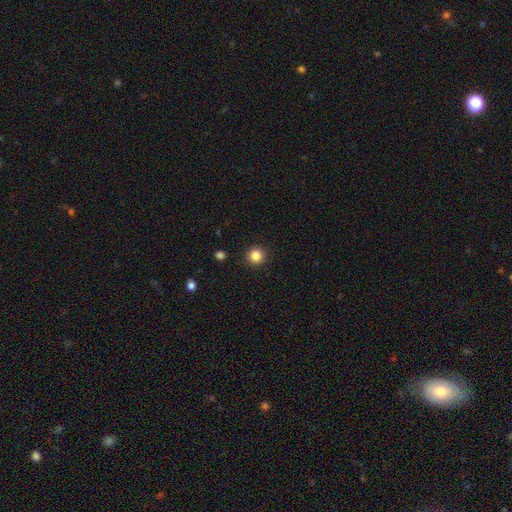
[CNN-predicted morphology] smooth 85%, star or artifact 11%, featured or disk 4%. Down the decision tree: how rounded — round (95%); merging — none (92%).